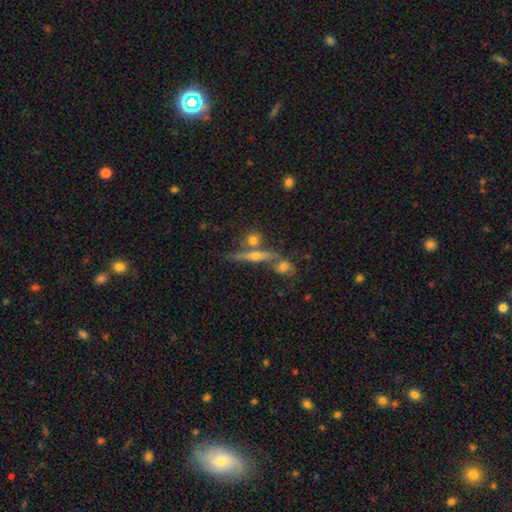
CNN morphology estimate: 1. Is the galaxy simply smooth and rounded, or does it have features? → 66% featured or disk, 23% smooth, 11% star or artifact.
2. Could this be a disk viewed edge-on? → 93% yes, 7% no.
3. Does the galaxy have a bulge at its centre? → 88% rounded, 8% none, 4% boxy.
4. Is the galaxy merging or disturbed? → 67% none, 19% merger, 11% minor disturbance, 4% major disturbance.